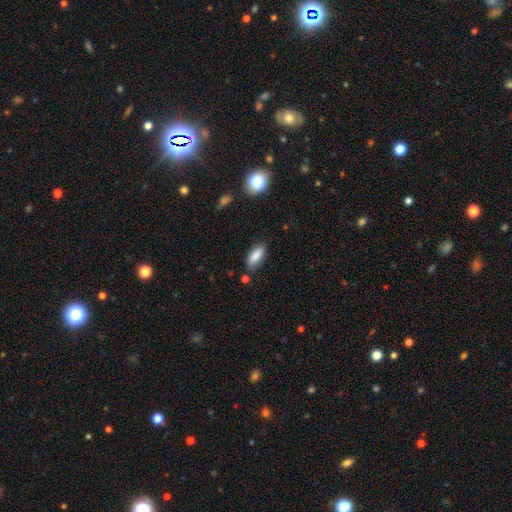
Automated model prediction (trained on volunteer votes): The model was most divided on "merging": none: 78%, minor disturbance: 16%, merger: 3%, major disturbance: 3%. More confident: smooth or featured — smooth (85%); how rounded — in between (83%).